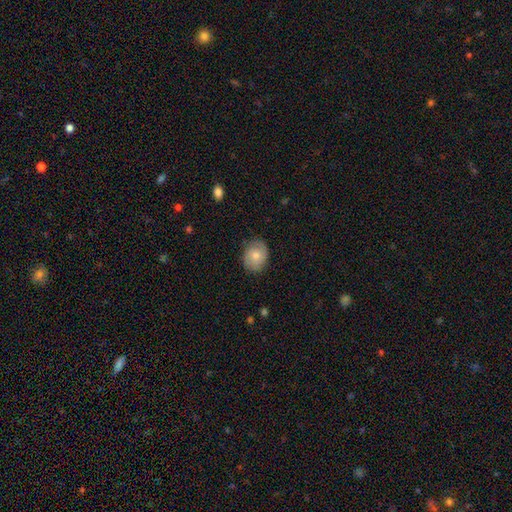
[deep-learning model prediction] Smooth or featured? smooth (72%)
How rounded? in between (55%)
Merging? none (81%)